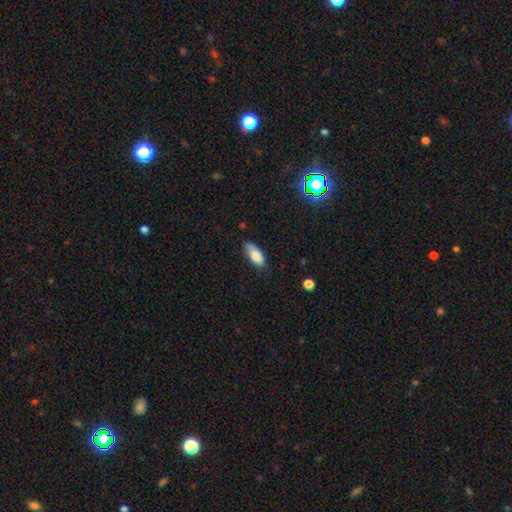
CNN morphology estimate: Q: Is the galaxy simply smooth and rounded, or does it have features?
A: smooth — 82%.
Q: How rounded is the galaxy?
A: in between — 83%.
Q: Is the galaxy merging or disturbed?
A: none — 66%.